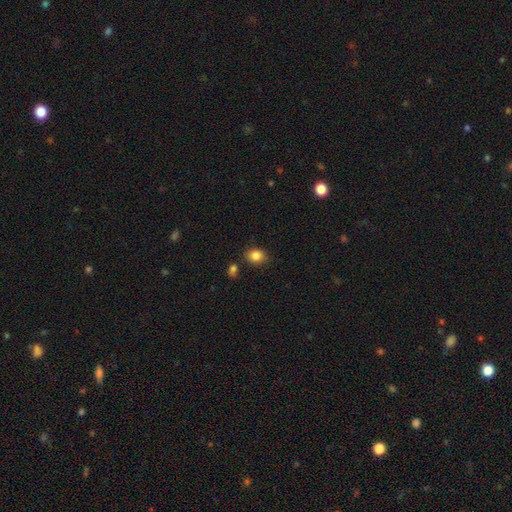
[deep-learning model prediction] Smooth or featured? smooth (85%)
How rounded? in between (50%)
Merging? none (81%)